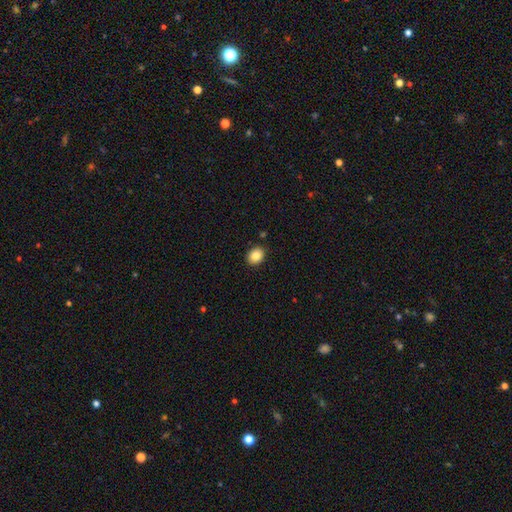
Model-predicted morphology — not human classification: This appears to be a smooth galaxy with no disk features (85%) that is in between round and cigar-shaped (54%). Merging: none (89%).